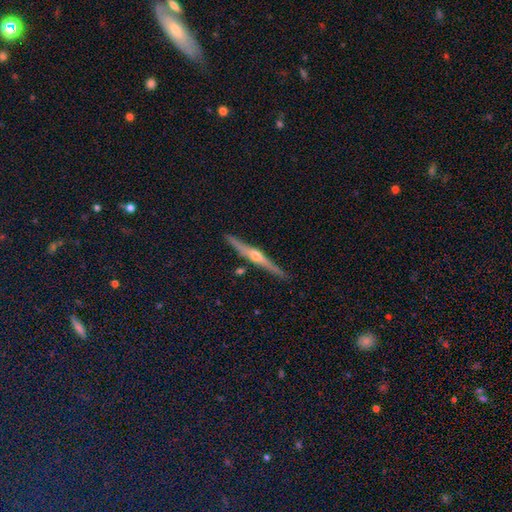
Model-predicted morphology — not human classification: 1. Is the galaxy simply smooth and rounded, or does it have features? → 82% featured or disk, 11% smooth, 7% star or artifact.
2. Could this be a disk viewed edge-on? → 98% yes, 2% no.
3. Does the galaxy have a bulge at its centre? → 91% rounded, 5% none, 4% boxy.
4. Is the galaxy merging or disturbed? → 91% none, 6% minor disturbance, 1% merger, 1% major disturbance.